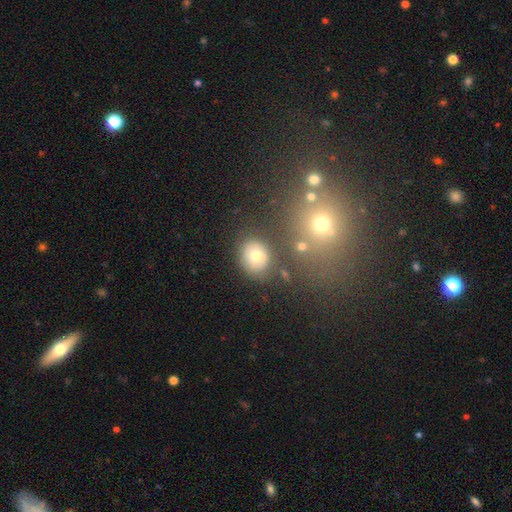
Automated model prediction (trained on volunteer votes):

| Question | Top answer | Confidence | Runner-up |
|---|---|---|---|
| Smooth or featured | smooth | 66% | featured or disk (20%) |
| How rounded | round | 66% | in between (33%) |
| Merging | none | 80% | minor disturbance (11%) |